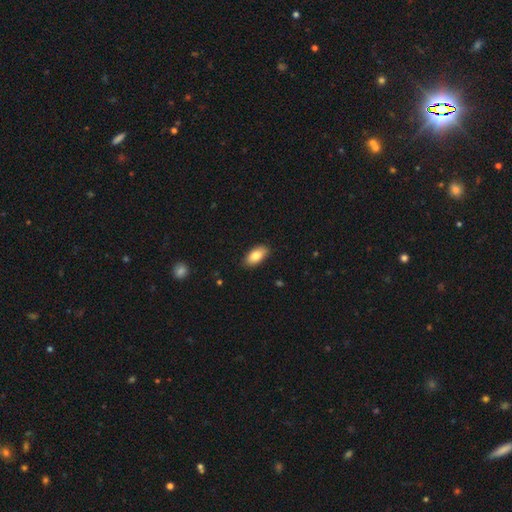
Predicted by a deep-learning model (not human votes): smooth 83%, featured or disk 10%, star or artifact 7%. Down the decision tree: how rounded — in between (93%); merging — none (88%).